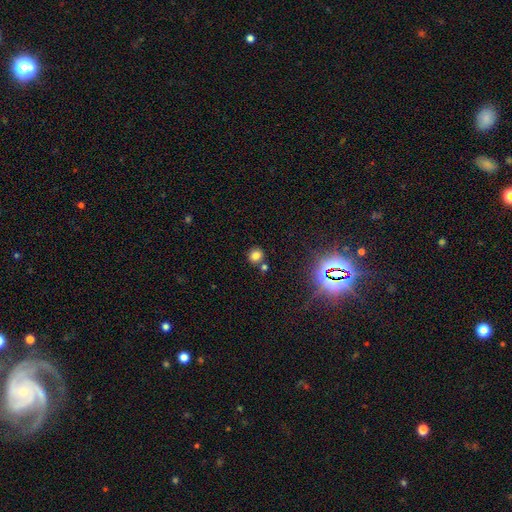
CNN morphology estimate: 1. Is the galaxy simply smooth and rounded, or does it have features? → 75% smooth, 17% star or artifact, 7% featured or disk.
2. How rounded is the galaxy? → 82% round, 17% in between, 1% cigar-shaped.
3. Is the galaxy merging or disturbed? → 73% none, 15% merger, 9% minor disturbance, 3% major disturbance.